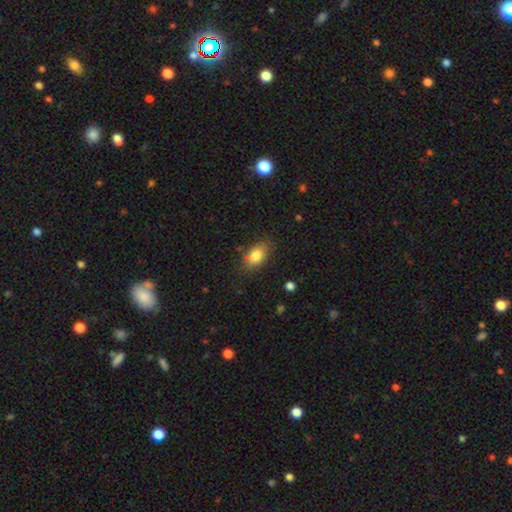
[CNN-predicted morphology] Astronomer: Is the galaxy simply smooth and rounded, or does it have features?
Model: smooth — 83%.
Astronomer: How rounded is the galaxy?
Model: in between — 86%.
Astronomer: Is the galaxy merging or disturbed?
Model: none — 80%.